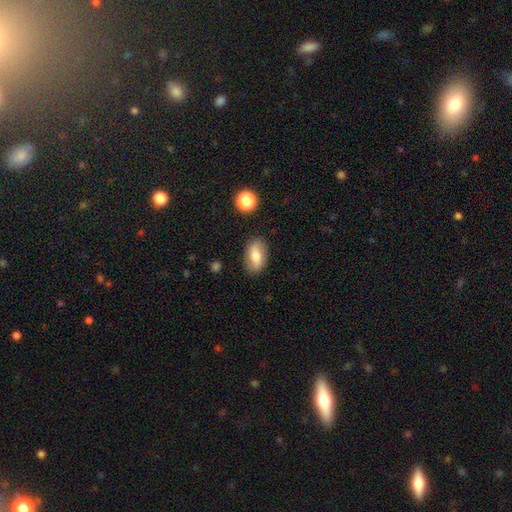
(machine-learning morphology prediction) The model was most divided on "smooth or featured": smooth: 67%, featured or disk: 25%, star or artifact: 8%. More confident: how rounded — in between (89%); merging — none (83%).